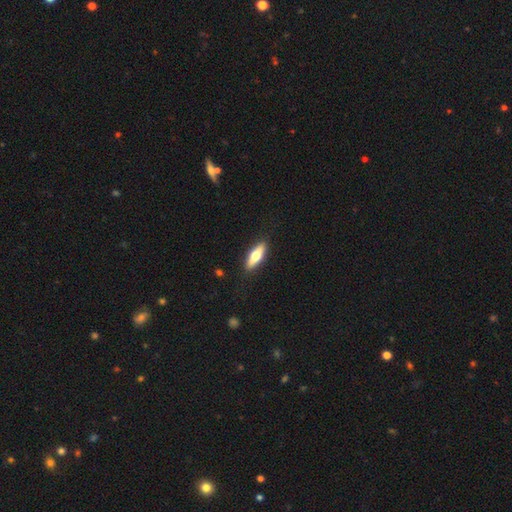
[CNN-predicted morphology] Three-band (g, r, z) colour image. It shows a smooth galaxy with no disk features (55%) that is cigar-shaped (53%). Merging: none (89%).